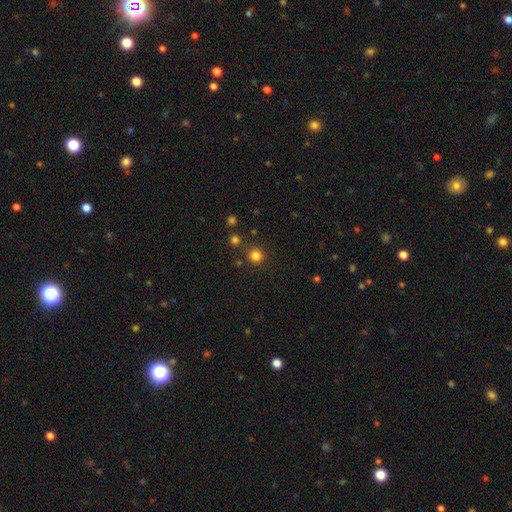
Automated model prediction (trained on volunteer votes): Morphology: type=smooth (81%); roundness=round (92%); merging=none (86%).